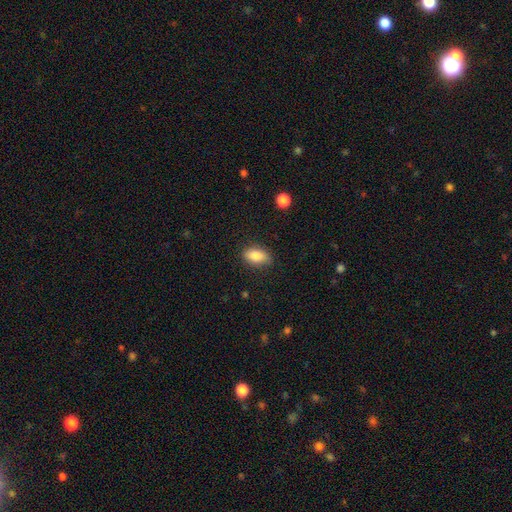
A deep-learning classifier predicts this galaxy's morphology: A smooth galaxy with no disk features (85%) that is in between round and cigar-shaped (90%). Merging: none (83%).